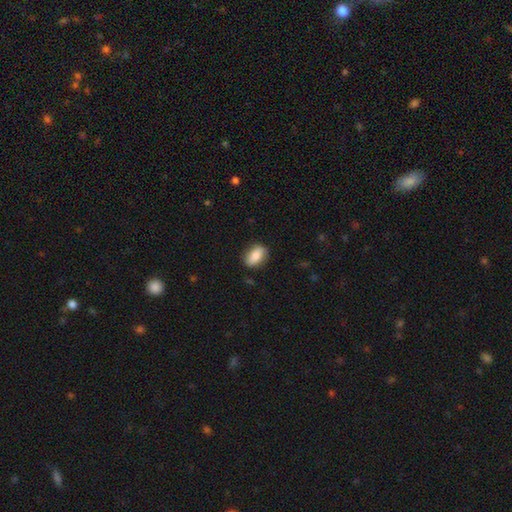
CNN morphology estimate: Overall: smooth (81%). How rounded: in between (86%). Merging: none (83%).